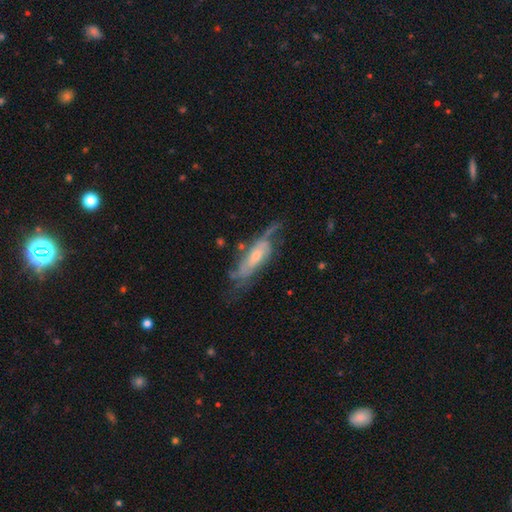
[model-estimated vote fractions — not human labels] A featured or disk galaxy (76%) with no bar (59%), 2 (40%) medium (42%) spiral arms (87%) and a small central bulge (48%). Merging: none (53%).